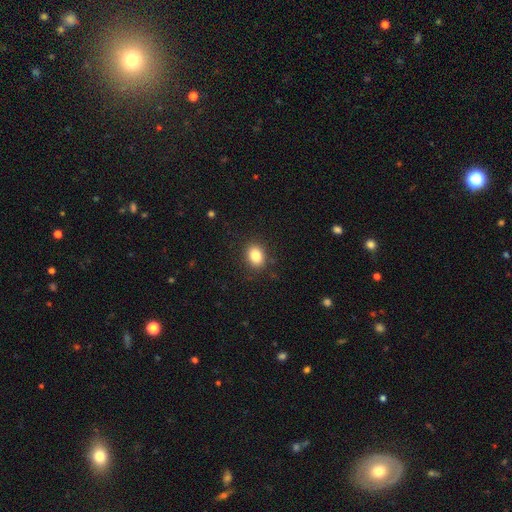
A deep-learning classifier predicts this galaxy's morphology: smooth-or-featured: smooth: 84% | star or artifact: 10% | featured or disk: 6%
  how-rounded: in between: 60% | round: 39% | cigar-shaped: 1%
  merging: none: 87% | minor disturbance: 9% | major disturbance: 3% | merger: 1%